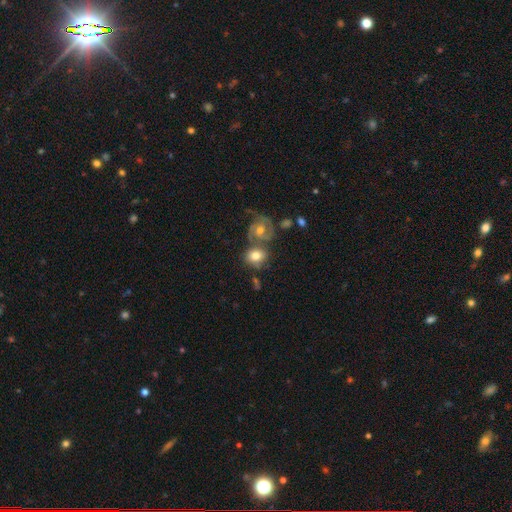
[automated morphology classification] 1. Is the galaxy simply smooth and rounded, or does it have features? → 58% smooth, 34% featured or disk, 8% star or artifact.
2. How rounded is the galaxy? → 50% round, 49% in between, 1% cigar-shaped.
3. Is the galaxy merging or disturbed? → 40% none, 39% merger, 14% minor disturbance, 7% major disturbance.